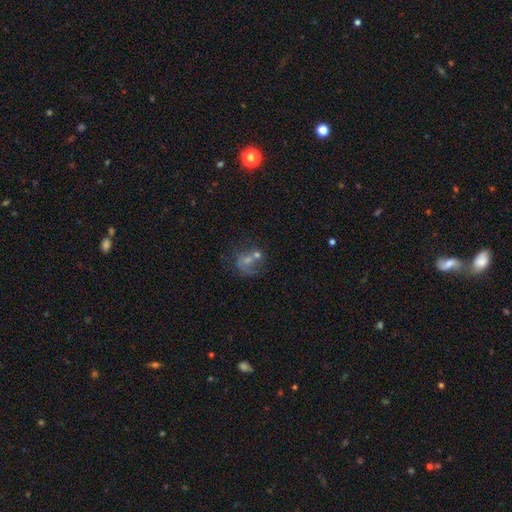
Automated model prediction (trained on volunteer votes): Smooth or featured?
  - featured or disk: 40% *
  - smooth: 33%
  - star or artifact: 26%
Merging?
  - none: 40% *
  - merger: 28%
  - major disturbance: 17%
  - minor disturbance: 15%